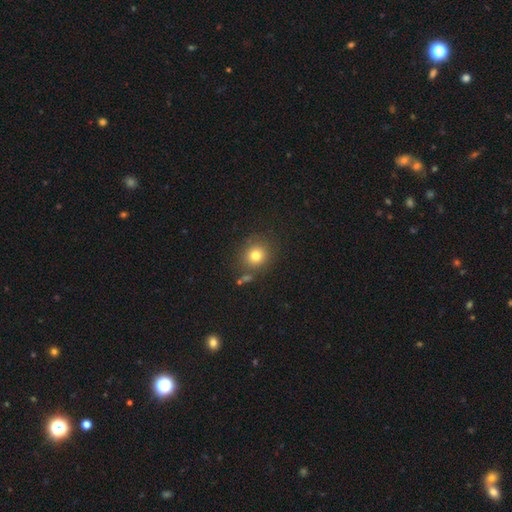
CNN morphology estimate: smooth_or_featured: smooth (p=0.78) [alt: star or artifact p=0.14]
how_rounded: round (p=0.88) [alt: in between p=0.11]
merging: none (p=0.81) [alt: minor disturbance p=0.10]